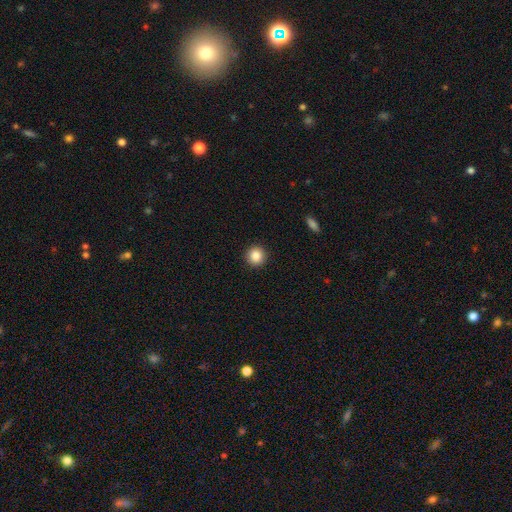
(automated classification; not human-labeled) This is clearly a smooth galaxy (87%). How rounded: clearly round (94%). Merging: clearly none (93%).